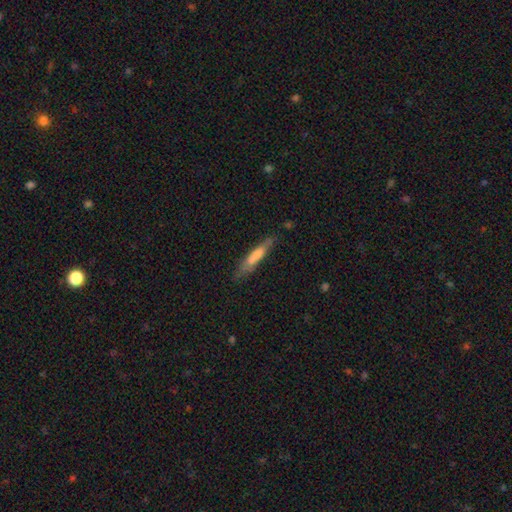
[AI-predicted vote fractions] Q: Smooth or featured?
A: smooth (66%); runner-up: featured or disk (28%)
Q: How rounded?
A: cigar-shaped (86%); runner-up: in between (13%)
Q: Merging?
A: none (67%); runner-up: minor disturbance (23%)